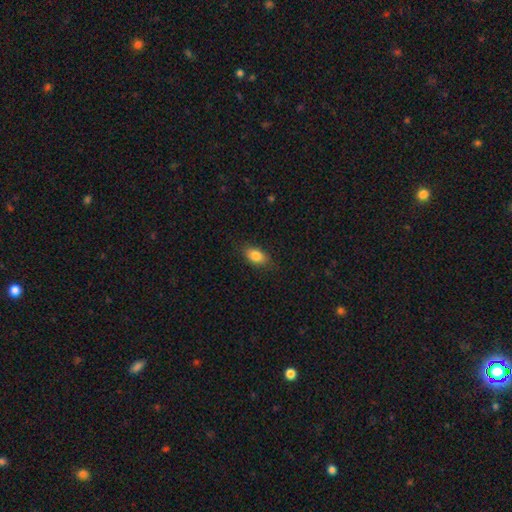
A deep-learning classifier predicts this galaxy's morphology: A smooth galaxy with no disk features (84%) that is in between round and cigar-shaped (88%). Merging: none (83%).